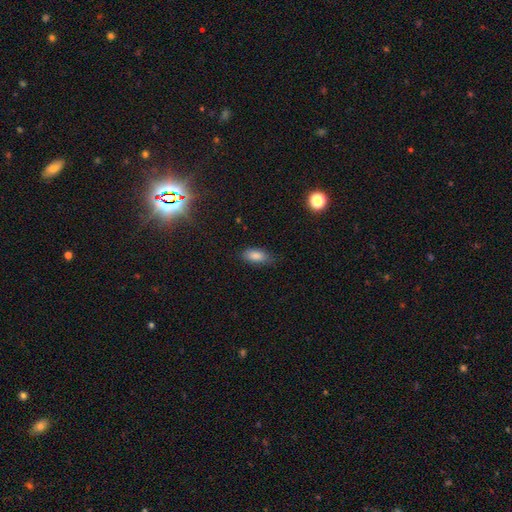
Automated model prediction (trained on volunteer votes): Smooth or featured? smooth (85%)
How rounded? in between (88%)
Merging? none (72%)